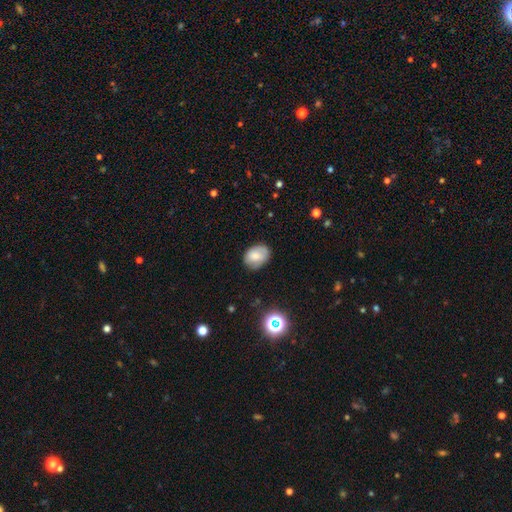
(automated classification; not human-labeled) This is likely a smooth galaxy (76%). How rounded: likely in between (73%). Merging: likely none (72%).